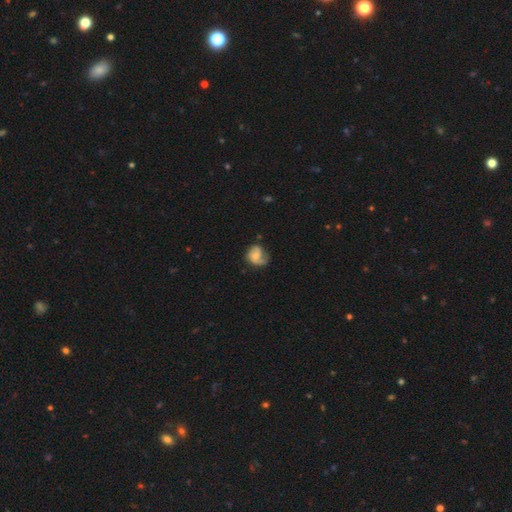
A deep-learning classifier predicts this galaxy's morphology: A featured or disk galaxy (59%) with no bar (65%), 2 (50%) medium (41%) spiral arms (88%) and a small central bulge (48%). Merging: none (48%).